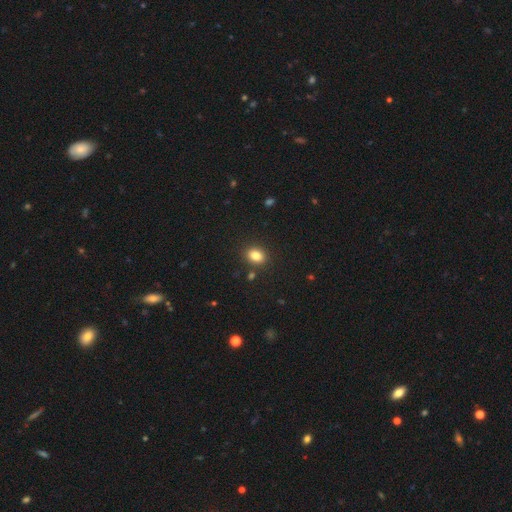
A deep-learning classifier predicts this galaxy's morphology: A smooth galaxy with no disk features (84%) that is in between round and cigar-shaped (59%).

Vote fractions:
- Smooth or featured? smooth: 84% / star or artifact: 11% / featured or disk: 6%
- How rounded? in between: 59% / round: 40% / cigar-shaped: 1%
- Merging? none: 86% / minor disturbance: 8% / merger: 3% / major disturbance: 2%